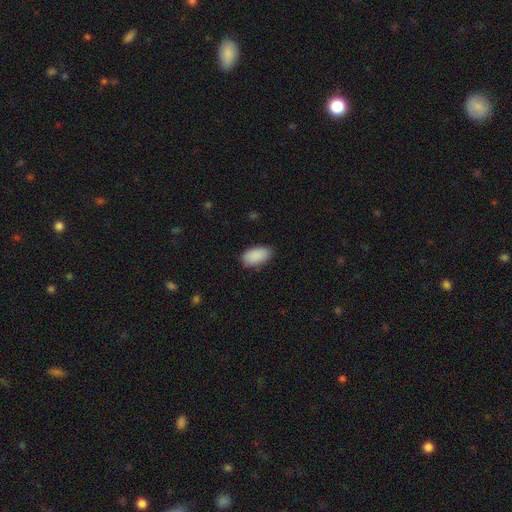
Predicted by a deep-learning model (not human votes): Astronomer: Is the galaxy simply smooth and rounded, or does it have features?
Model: smooth — 90%.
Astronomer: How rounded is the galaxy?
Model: in between — 95%.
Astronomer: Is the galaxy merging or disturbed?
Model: none — 84%.